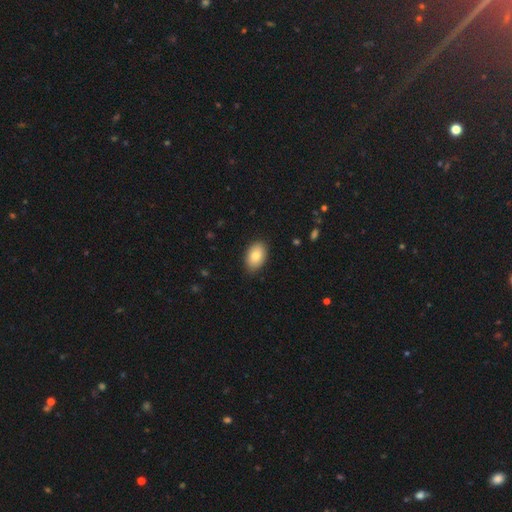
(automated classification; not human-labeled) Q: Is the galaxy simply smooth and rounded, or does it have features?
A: smooth — 84%.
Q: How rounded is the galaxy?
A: in between — 91%.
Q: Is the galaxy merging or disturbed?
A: none — 87%.